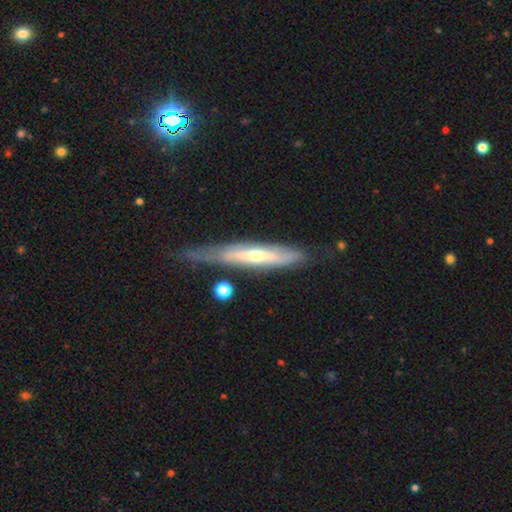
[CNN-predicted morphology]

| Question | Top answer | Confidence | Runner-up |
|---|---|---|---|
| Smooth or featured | featured or disk | 69% | smooth (24%) |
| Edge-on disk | yes | 76% | no (24%) |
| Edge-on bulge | rounded | 66% | none (28%) |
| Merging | none | 60% | minor disturbance (28%) |